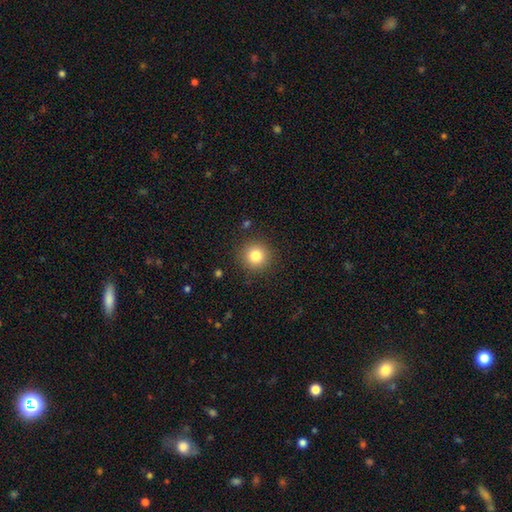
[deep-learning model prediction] Overall: smooth (81%). How rounded: round (94%). Merging: none (89%).